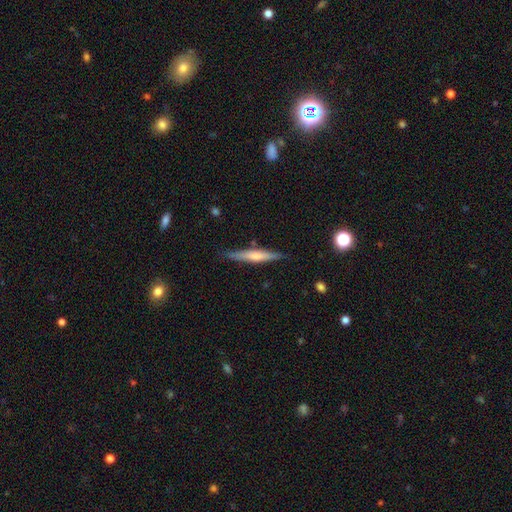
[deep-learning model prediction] The model was most divided on "smooth or featured": smooth: 50%, featured or disk: 44%, star or artifact: 6%. More confident: how rounded — cigar-shaped (92%); merging — none (84%).